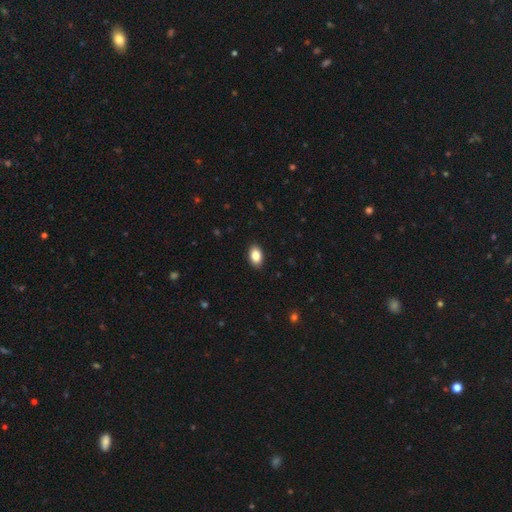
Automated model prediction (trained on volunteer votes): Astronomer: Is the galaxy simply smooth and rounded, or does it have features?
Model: smooth — 86%.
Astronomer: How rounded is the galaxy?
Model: in between — 90%.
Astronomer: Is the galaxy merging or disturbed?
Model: none — 90%.